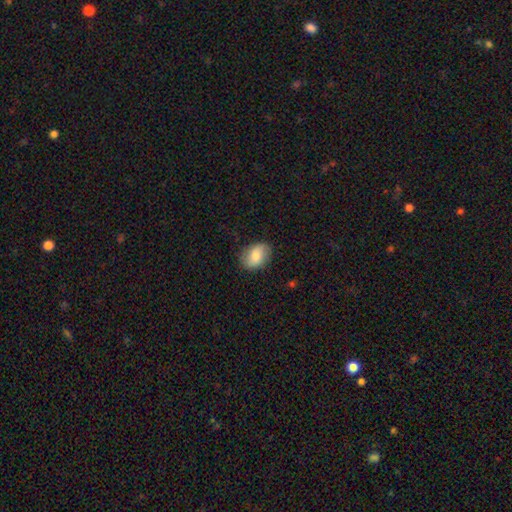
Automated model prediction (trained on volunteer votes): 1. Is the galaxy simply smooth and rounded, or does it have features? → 74% smooth, 19% featured or disk, 7% star or artifact.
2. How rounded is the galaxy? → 78% in between, 21% round, 1% cigar-shaped.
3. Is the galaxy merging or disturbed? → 82% none, 14% minor disturbance, 3% major disturbance, 1% merger.